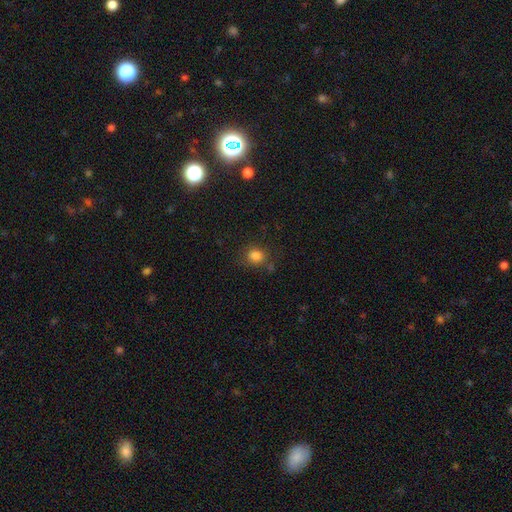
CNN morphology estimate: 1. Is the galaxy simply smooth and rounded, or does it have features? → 82% smooth, 13% star or artifact, 5% featured or disk.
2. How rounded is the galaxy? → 67% round, 32% in between, 1% cigar-shaped.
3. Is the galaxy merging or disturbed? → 70% none, 18% minor disturbance, 7% major disturbance, 6% merger.